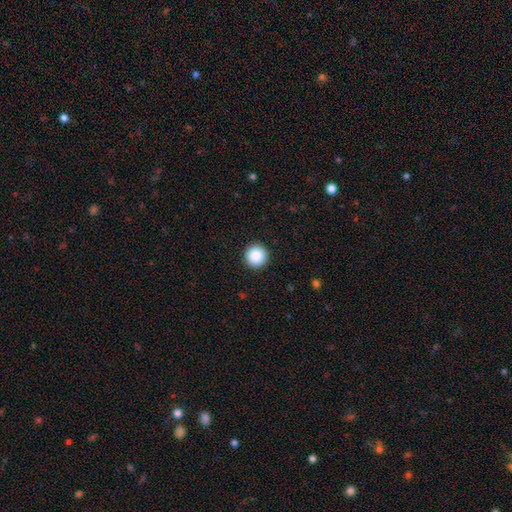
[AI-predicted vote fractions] The model was most divided on "smooth or featured": smooth: 87%, star or artifact: 9%, featured or disk: 4%. More confident: how rounded — round (97%); merging — none (93%).